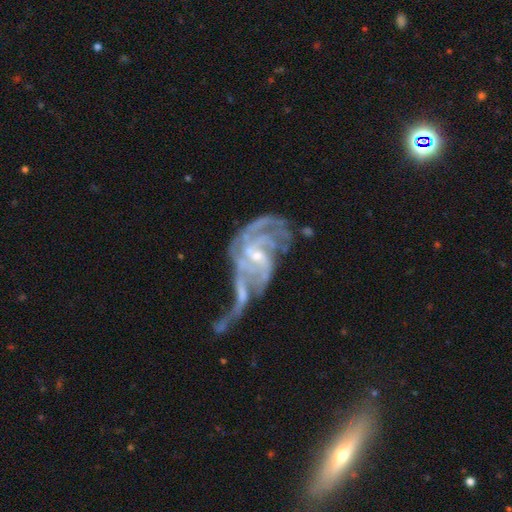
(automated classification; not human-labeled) This is clearly a featured or disk galaxy (88%). It is clearly not viewed edge-on (97%). Bar: possibly weak (48%). Spiral arm pattern: clearly yes (94%). Spiral arm count: marginally 2 (28%). Spiral winding: marginally medium (43%). Central bulge: likely small (68%). Merging: marginally merger (42%).